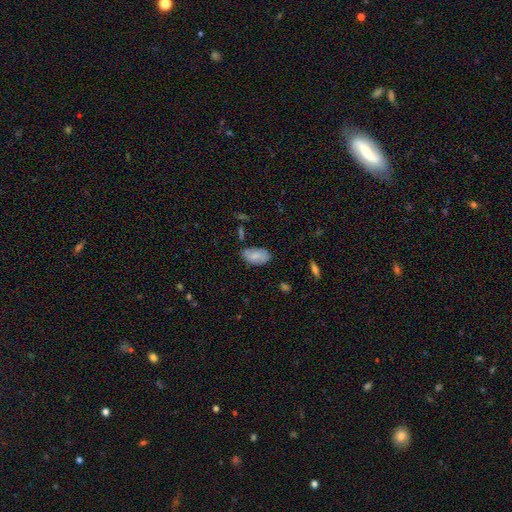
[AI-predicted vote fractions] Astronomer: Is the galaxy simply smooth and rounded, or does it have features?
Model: smooth — 75%.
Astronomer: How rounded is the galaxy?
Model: in between — 95%.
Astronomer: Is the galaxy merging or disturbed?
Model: none — 72%.